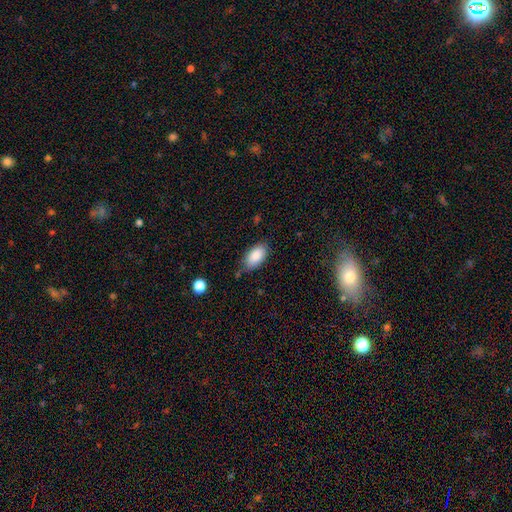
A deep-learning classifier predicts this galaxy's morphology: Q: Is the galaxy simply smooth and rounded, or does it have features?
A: smooth — 87%.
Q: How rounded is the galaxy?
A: in between — 94%.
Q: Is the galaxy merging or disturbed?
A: none — 73%.